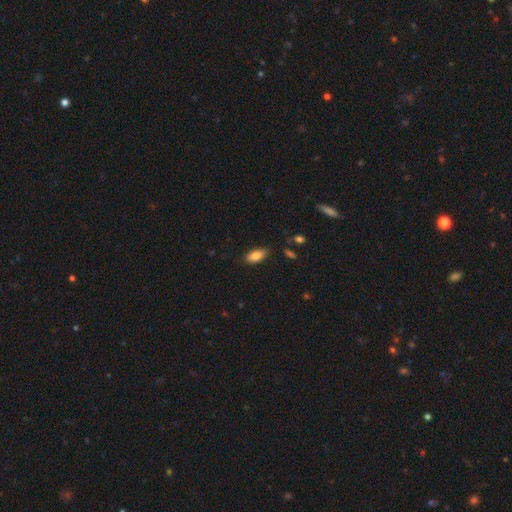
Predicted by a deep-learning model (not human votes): Smooth or featured? Predicted: smooth (p=0.83). How rounded? Predicted: in between (p=0.87). Merging? Predicted: none (p=0.85).